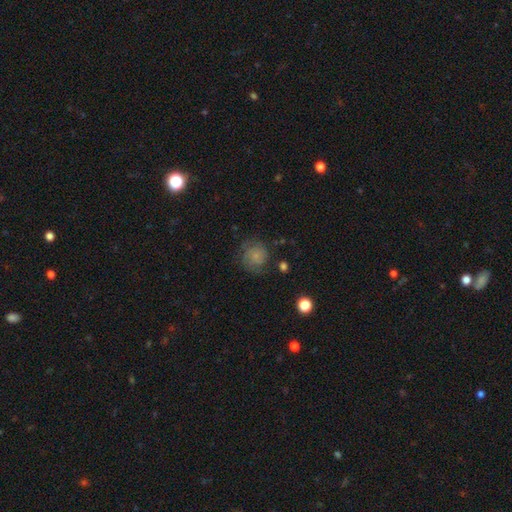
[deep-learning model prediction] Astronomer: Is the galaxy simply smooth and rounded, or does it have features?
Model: smooth — 66%.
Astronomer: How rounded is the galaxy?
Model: round — 86%.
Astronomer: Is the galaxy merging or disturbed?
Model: none — 64%.